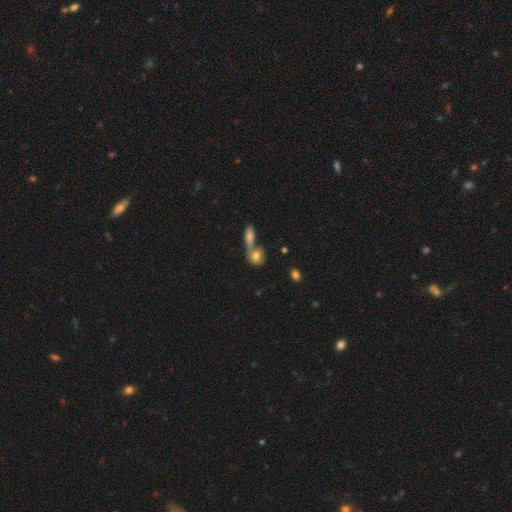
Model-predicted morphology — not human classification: Smooth or featured? Predicted: smooth (p=0.74). How rounded? Predicted: round (p=0.53). Merging? Predicted: merger (p=0.51).